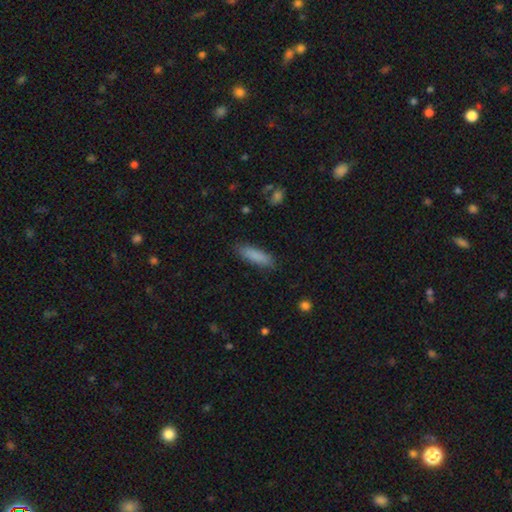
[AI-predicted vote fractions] The model was most divided on "how rounded": cigar-shaped: 66%, in between: 33%, round: 2%. More confident: smooth or featured — smooth (86%); merging — none (86%).